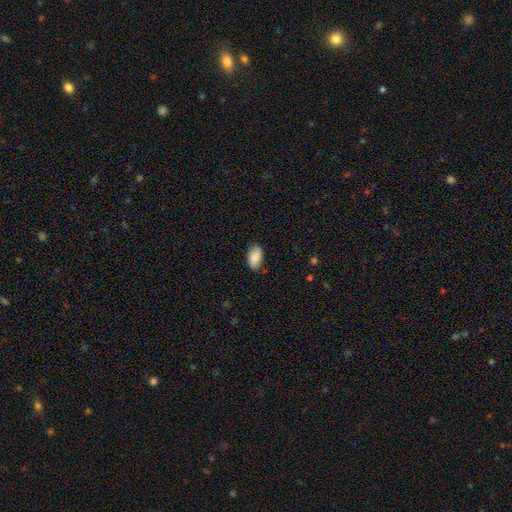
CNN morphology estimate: Smooth or featured? smooth (87%)
How rounded? in between (94%)
Merging? none (81%)